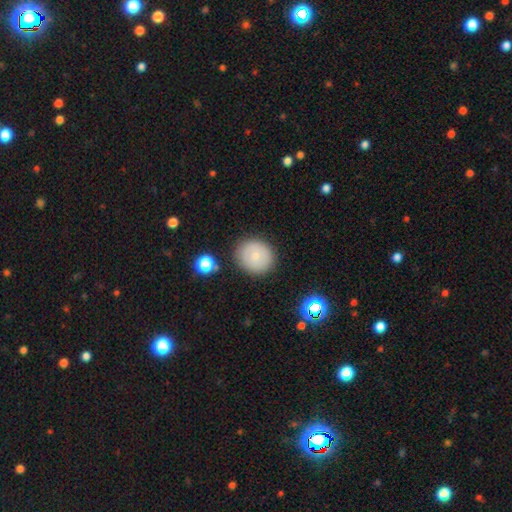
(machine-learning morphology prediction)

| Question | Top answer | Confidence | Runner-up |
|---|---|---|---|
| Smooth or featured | smooth | 75% | featured or disk (15%) |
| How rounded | round | 81% | in between (18%) |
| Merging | none | 86% | minor disturbance (10%) |